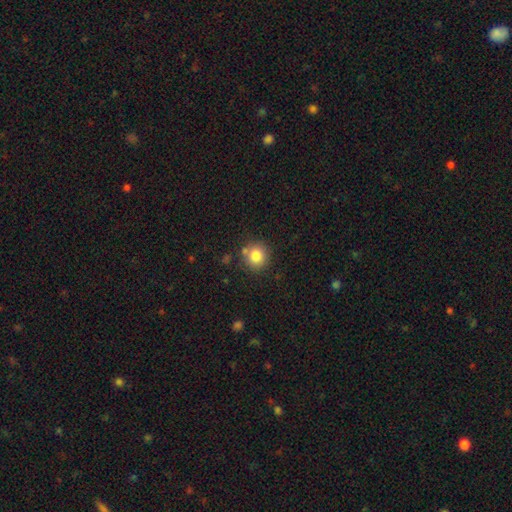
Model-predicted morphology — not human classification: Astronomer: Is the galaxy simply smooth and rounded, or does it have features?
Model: smooth — 83%.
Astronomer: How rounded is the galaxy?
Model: round — 90%.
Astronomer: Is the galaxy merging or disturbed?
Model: none — 79%.